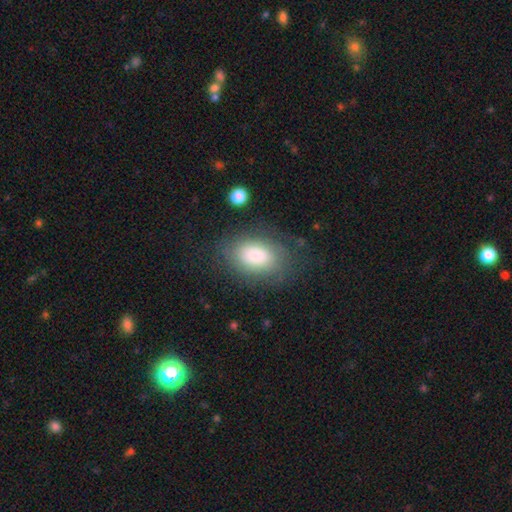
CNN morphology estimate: Overall: smooth (68%). How rounded: in between (86%). Merging: none (70%).